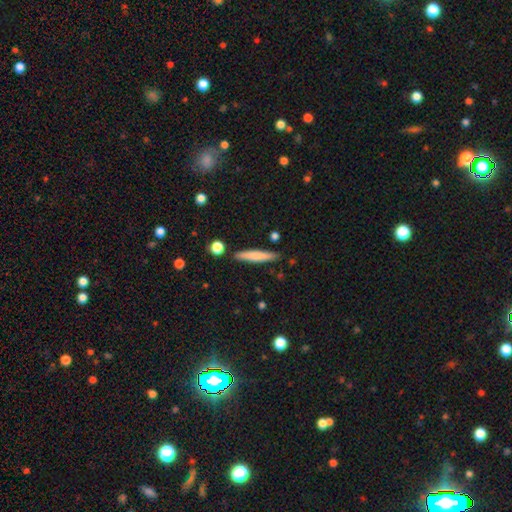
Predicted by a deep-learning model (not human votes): The model was most divided on "smooth or featured": smooth: 74%, featured or disk: 20%, star or artifact: 6%. More confident: how rounded — cigar-shaped (91%); merging — none (86%).